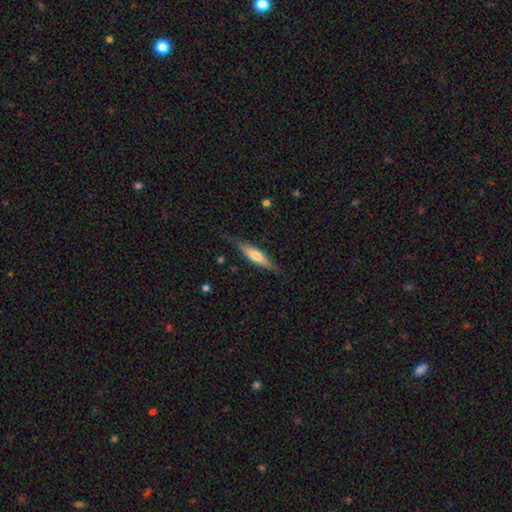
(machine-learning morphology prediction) Smooth or featured: smooth — 49% (featured or disk — 45%)
Merging: none — 76% (minor disturbance — 18%)